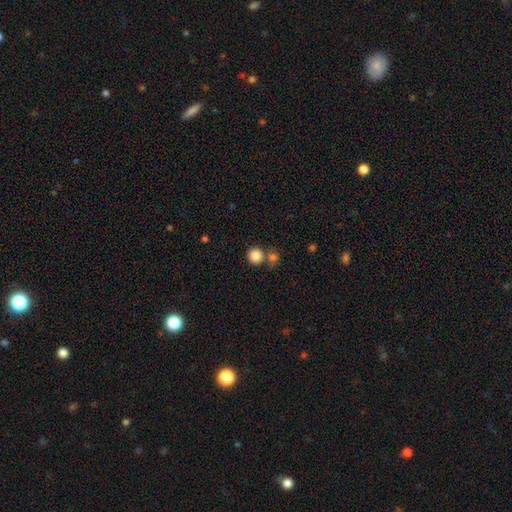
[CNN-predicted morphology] Smooth or featured: smooth — 85% (star or artifact — 10%)
How rounded: round — 94% (in between — 6%)
Merging: none — 67% (merger — 23%)